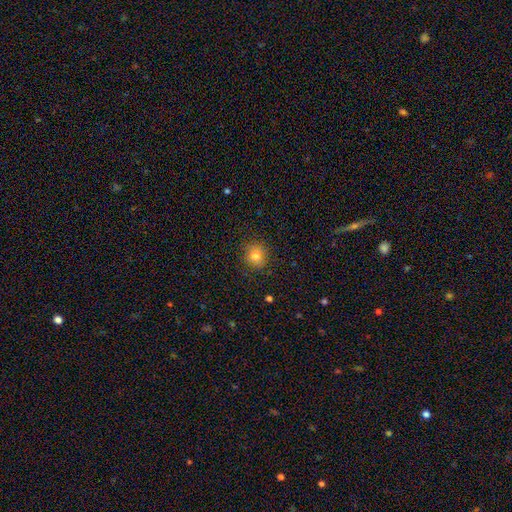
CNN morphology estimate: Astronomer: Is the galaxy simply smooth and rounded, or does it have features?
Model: smooth — 80%.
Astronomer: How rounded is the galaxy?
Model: round — 85%.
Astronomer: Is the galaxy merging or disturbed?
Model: none — 88%.